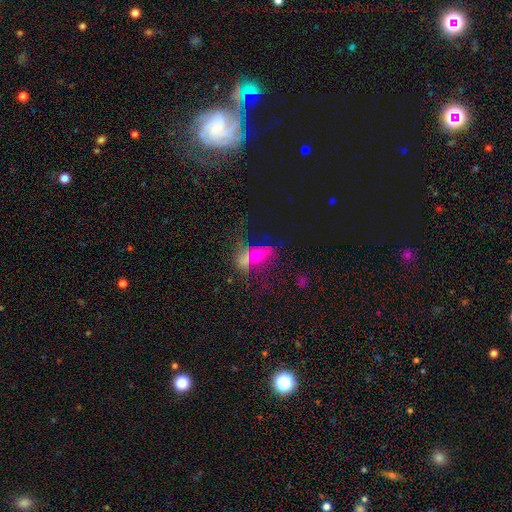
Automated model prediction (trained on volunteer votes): smooth-or-featured: smooth: 48% | star or artifact: 28% | featured or disk: 24%
  merging: none: 44% | merger: 23% | minor disturbance: 18% | major disturbance: 15%